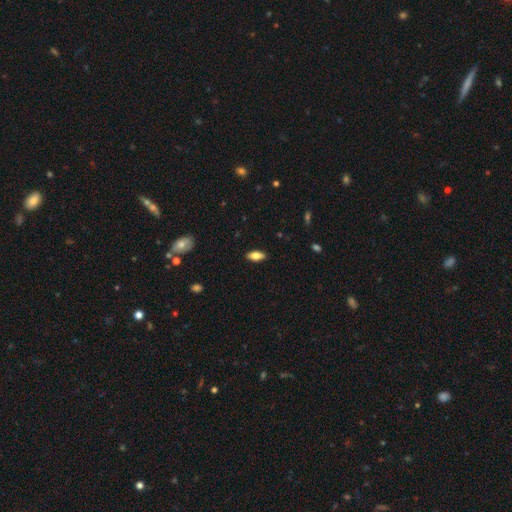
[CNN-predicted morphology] Smooth or featured: smooth — 72% (featured or disk — 21%)
How rounded: in between — 80% (cigar-shaped — 18%)
Merging: none — 89% (minor disturbance — 9%)